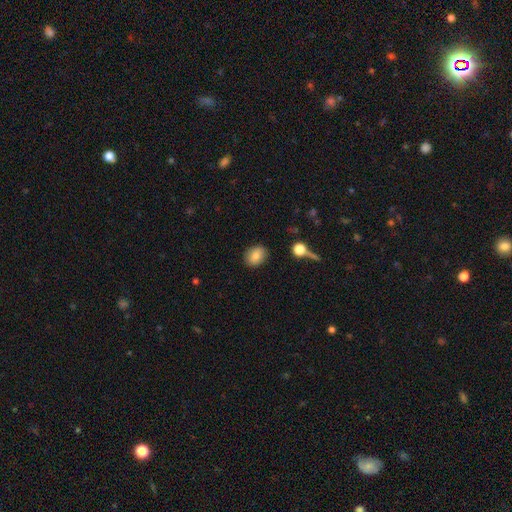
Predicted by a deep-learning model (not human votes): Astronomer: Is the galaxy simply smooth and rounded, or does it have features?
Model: smooth — 82%.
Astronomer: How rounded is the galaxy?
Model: in between — 59% (runner-up: round, 40%).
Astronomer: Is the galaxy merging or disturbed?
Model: none — 86%.